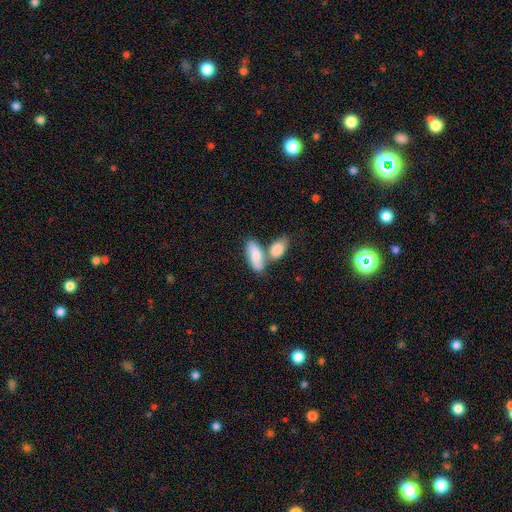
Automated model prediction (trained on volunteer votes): Smooth or featured?
  - smooth: 74% *
  - featured or disk: 20%
  - star or artifact: 6%
How rounded?
  - in between: 81% *
  - cigar-shaped: 16%
  - round: 4%
Merging?
  - merger: 52% *
  - none: 33%
  - minor disturbance: 10%
  - major disturbance: 4%